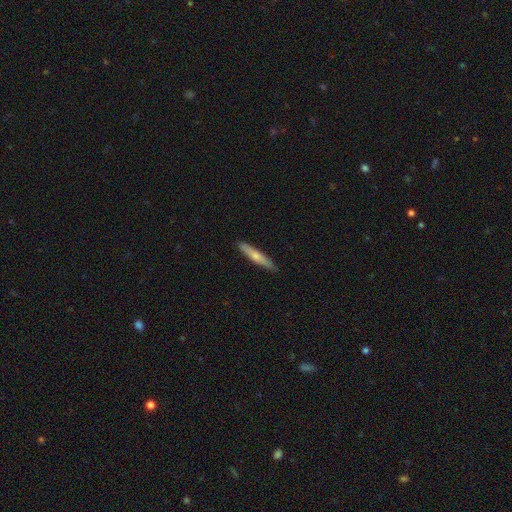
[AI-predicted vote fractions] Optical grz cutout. It shows a smooth galaxy with no disk features (64%) that is cigar-shaped (91%). Merging: none (87%).